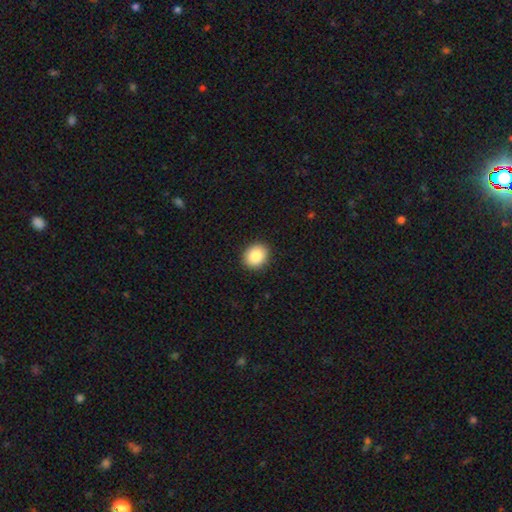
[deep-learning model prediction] Smooth or featured? Predicted: smooth (p=0.86). How rounded? Predicted: round (p=0.64). Merging? Predicted: none (p=0.91).